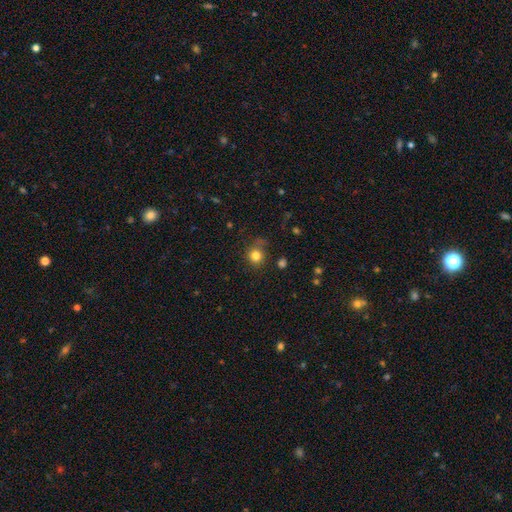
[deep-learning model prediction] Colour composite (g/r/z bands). It shows a smooth galaxy with no disk features (81%) that is round (88%). Merging: none (73%).